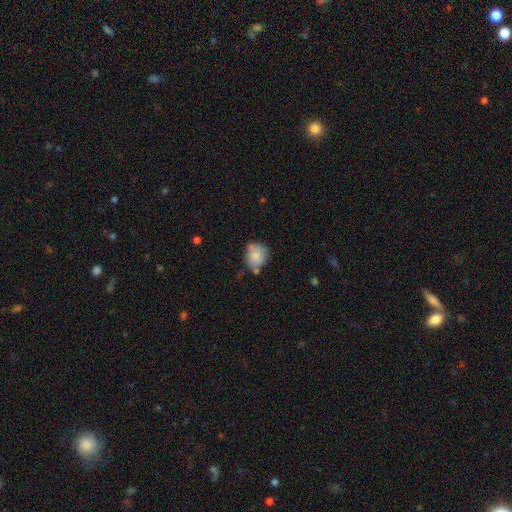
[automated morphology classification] type=smooth (78%); roundness=round (75%); merging=none (60%).